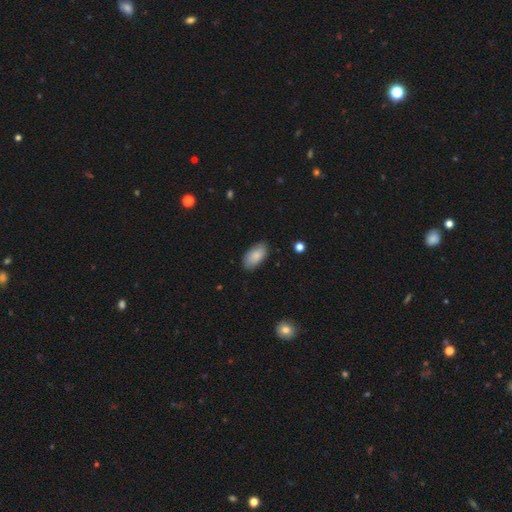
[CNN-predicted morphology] Smooth or featured? Predicted: smooth (p=0.84). How rounded? Predicted: in between (p=0.94). Merging? Predicted: none (p=0.83).